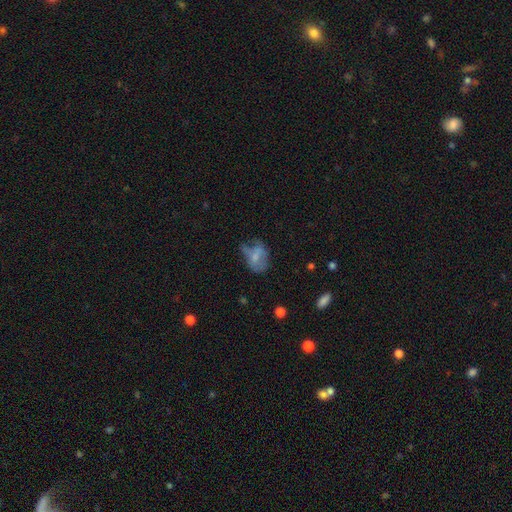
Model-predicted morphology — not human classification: Smooth or featured: smooth — 55% (featured or disk — 33%)
How rounded: in between — 71% (round — 27%)
Merging: none — 33% (major disturbance — 30%)